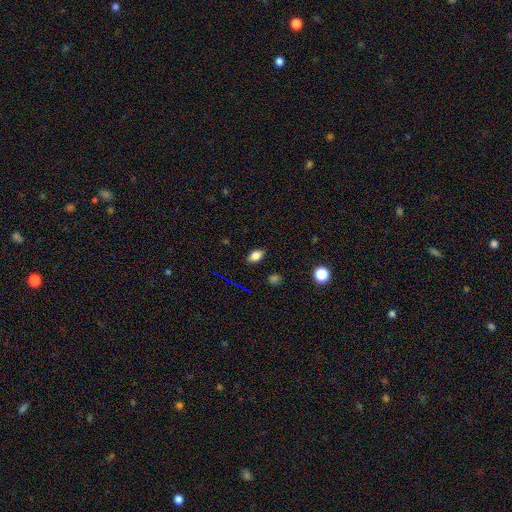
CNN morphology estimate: Smooth or featured? Predicted: smooth (p=0.80). How rounded? Predicted: in between (p=0.86). Merging? Predicted: none (p=0.86).